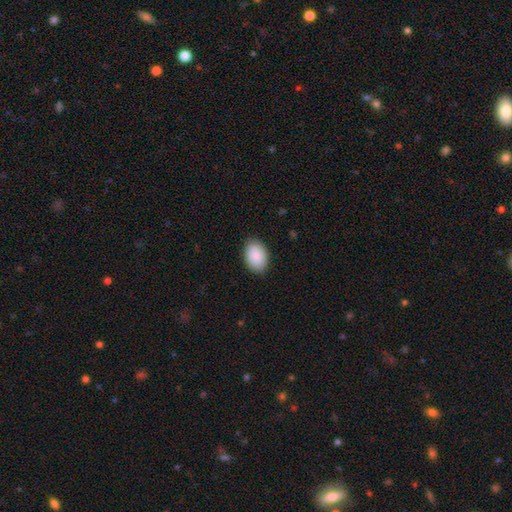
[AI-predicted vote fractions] Smooth or featured? Predicted: smooth (p=0.91). How rounded? Predicted: in between (p=0.87). Merging? Predicted: none (p=0.87).